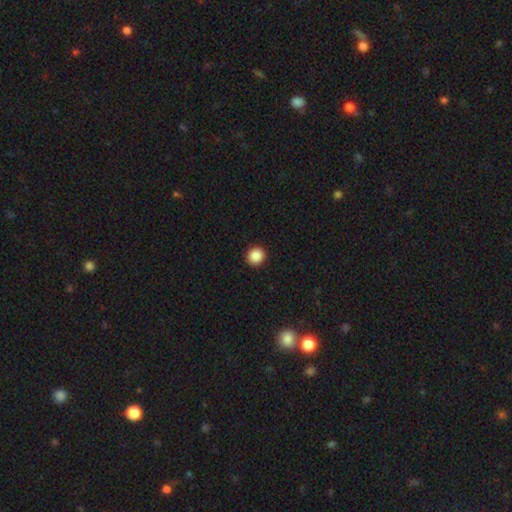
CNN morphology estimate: Q: Smooth or featured?
A: smooth (88%); runner-up: star or artifact (9%)
Q: How rounded?
A: round (88%); runner-up: in between (11%)
Q: Merging?
A: none (93%); runner-up: minor disturbance (5%)